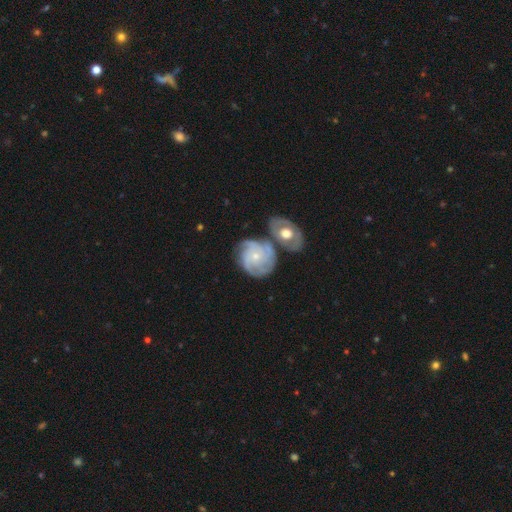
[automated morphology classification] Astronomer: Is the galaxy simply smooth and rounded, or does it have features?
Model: featured or disk — 83%.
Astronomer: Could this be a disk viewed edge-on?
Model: no — 97%.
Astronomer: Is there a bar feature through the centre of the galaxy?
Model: no — 80%.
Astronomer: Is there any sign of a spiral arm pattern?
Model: yes — 95%.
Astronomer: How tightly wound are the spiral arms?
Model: tight — 62%.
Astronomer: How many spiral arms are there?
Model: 3 — 29% (runner-up: 4, 27%).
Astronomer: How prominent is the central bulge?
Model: small — 70%.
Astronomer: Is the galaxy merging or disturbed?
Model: none — 55%.